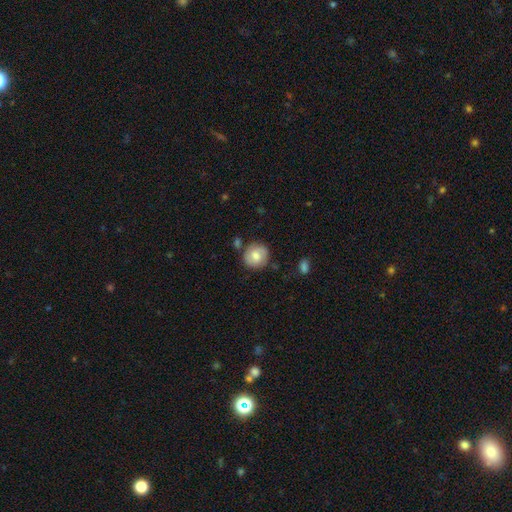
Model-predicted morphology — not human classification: smooth 66%, featured or disk 26%, star or artifact 8%. Down the decision tree: how rounded — round (86%); merging — none (77%).